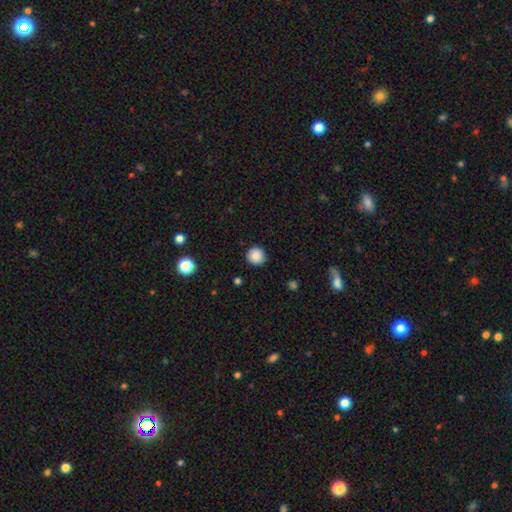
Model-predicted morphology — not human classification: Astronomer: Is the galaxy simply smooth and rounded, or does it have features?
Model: smooth — 87%.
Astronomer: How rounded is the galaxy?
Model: round — 94%.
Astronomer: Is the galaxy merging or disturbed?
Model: none — 90%.